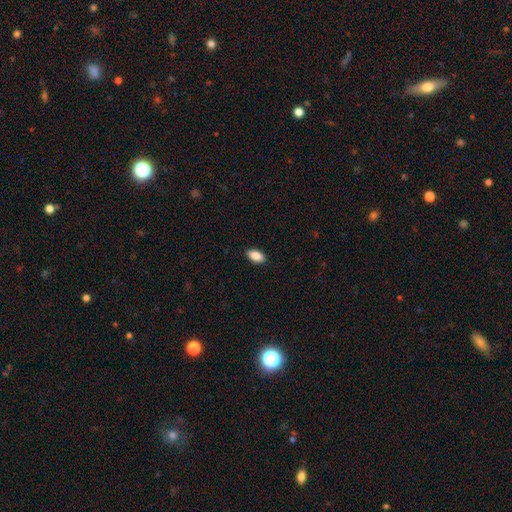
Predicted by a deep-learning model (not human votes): Smooth or featured: smooth — 88% (star or artifact — 7%)
How rounded: in between — 93% (cigar-shaped — 4%)
Merging: none — 90% (minor disturbance — 8%)